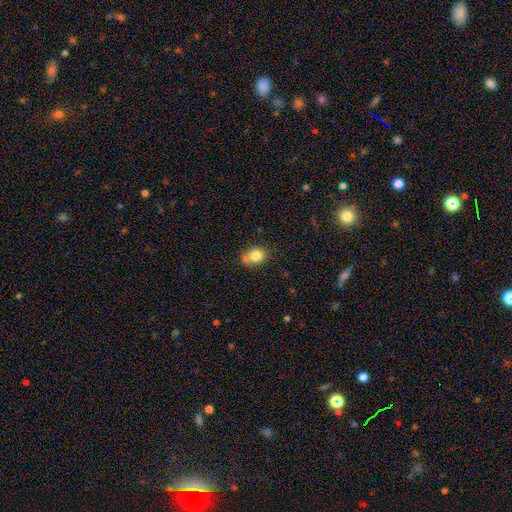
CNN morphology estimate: Smooth or featured? Predicted: smooth (p=0.79). How rounded? Predicted: round (p=0.65). Merging? Predicted: none (p=0.54).